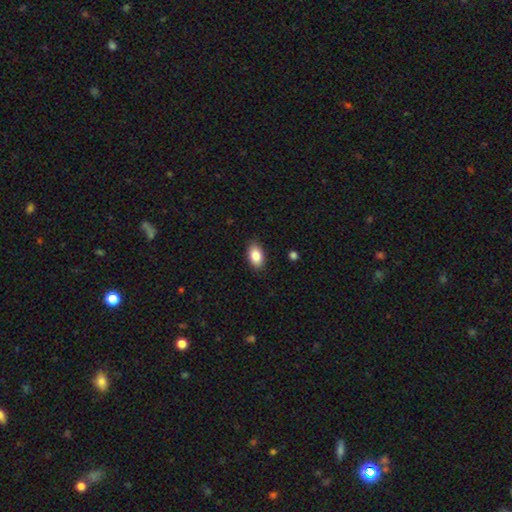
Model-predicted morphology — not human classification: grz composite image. It shows a smooth galaxy with no disk features (86%) that is in between round and cigar-shaped (92%). Merging: none (88%).